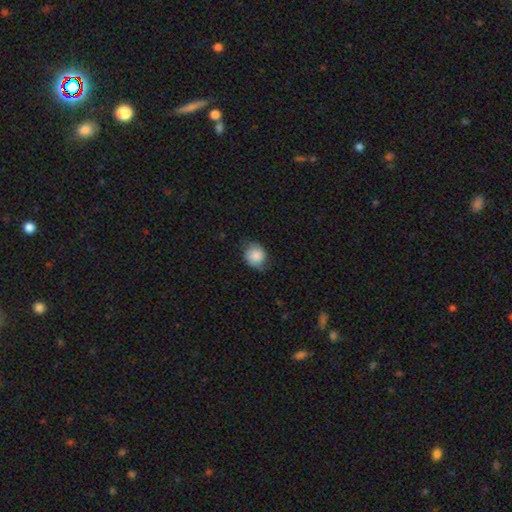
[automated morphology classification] A smooth galaxy with no disk features (77%) that is round (73%). Merging: none (61%).